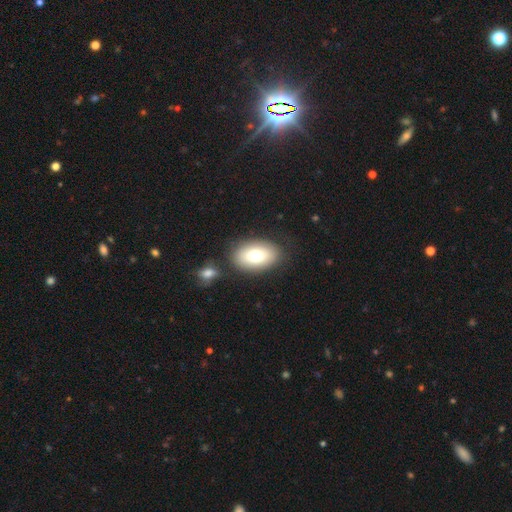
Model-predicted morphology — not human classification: Smooth or featured? Predicted: smooth (p=0.76). How rounded? Predicted: in between (p=0.88). Merging? Predicted: none (p=0.80).